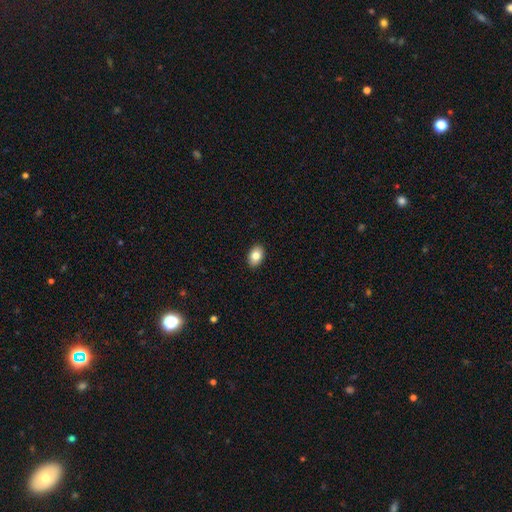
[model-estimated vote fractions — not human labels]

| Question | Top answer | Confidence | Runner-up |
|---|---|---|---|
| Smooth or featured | smooth | 83% | featured or disk (9%) |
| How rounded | in between | 88% | round (11%) |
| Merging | none | 91% | minor disturbance (7%) |